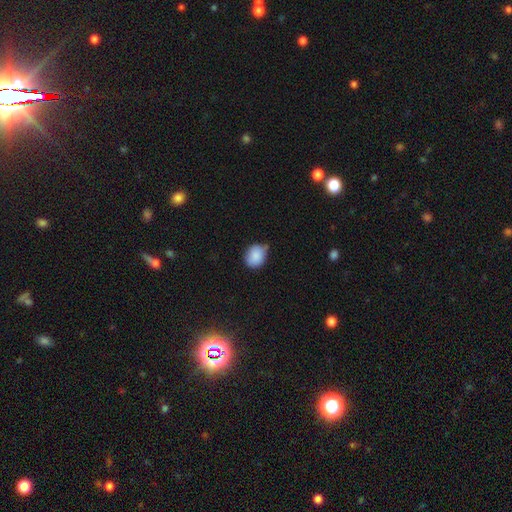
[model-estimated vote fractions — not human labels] Smooth or featured? smooth (87%)
How rounded? round (58%)
Merging? none (58%)